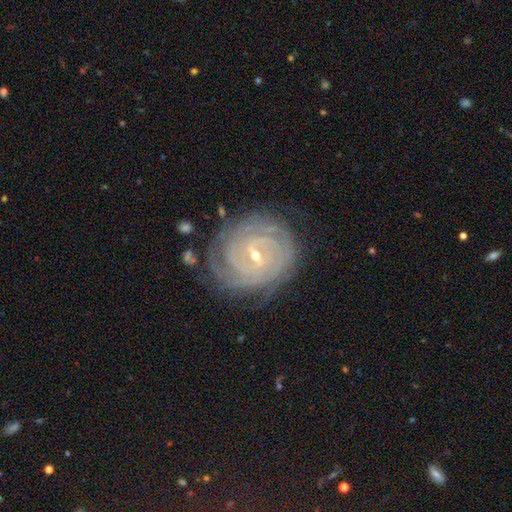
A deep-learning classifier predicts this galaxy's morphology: smooth-or-featured: featured or disk: 89% | star or artifact: 6% | smooth: 5%
  disk-edge-on: no: 97% | yes: 3%
    bar: weak: 50% | strong: 25% | no: 24%
    has-spiral-arms: yes: 98% | no: 2%
      spiral-winding: tight: 85% | medium: 13% | loose: 2%
      spiral-arm-count: 4: 26% | can't tell: 22% | 3: 20% | 2: 16% | more than 4: 10% | 1: 6%
    bulge-size: small: 72% | moderate: 25% | large: 1% | none: 1% | dominant: 1%
  merging: none: 78% | minor disturbance: 16% | major disturbance: 4% | merger: 2%